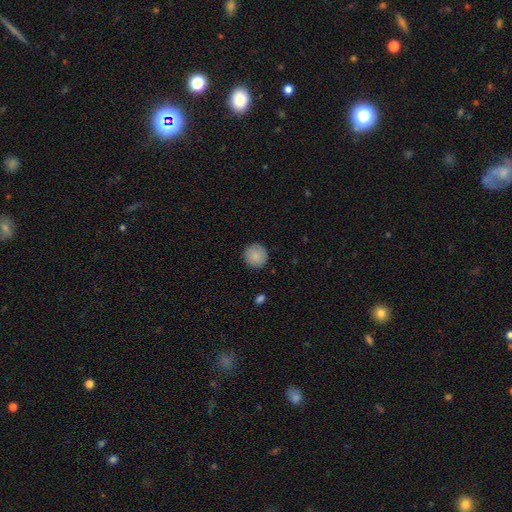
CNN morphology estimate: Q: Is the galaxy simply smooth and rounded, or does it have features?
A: smooth — 88%.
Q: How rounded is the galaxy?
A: round — 95%.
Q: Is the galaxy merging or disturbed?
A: none — 90%.